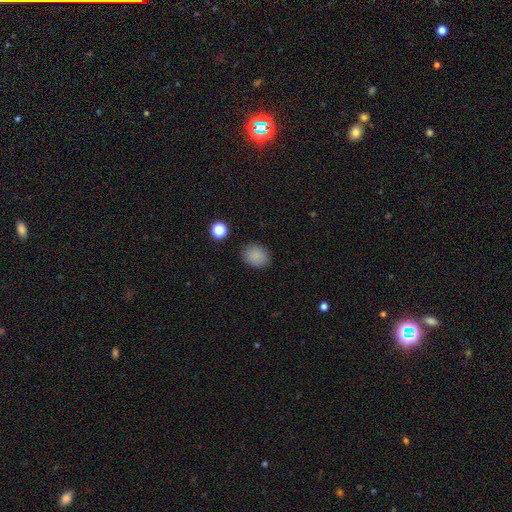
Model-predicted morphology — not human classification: smooth-or-featured: smooth: 86% | star or artifact: 10% | featured or disk: 4%
  how-rounded: round: 52% | in between: 47% | cigar-shaped: 1%
  merging: none: 86% | minor disturbance: 10% | major disturbance: 3% | merger: 2%